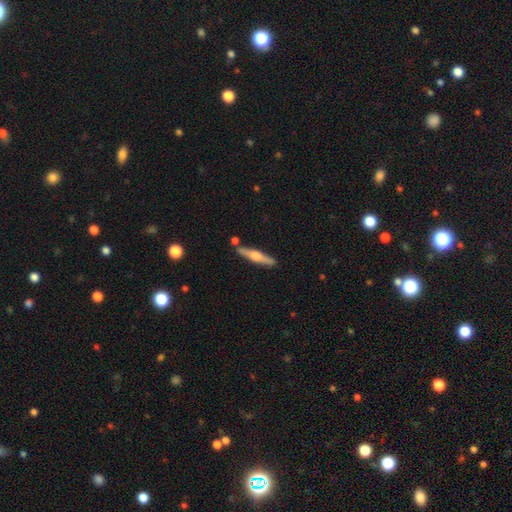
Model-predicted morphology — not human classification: smooth_or_featured: featured or disk (p=0.64) [alt: smooth p=0.30]
disk_edge_on: yes (p=0.97) [alt: no p=0.03]
edge_on_bulge: rounded (p=0.87) [alt: boxy p=0.09]
merging: none (p=0.83) [alt: minor disturbance p=0.09]